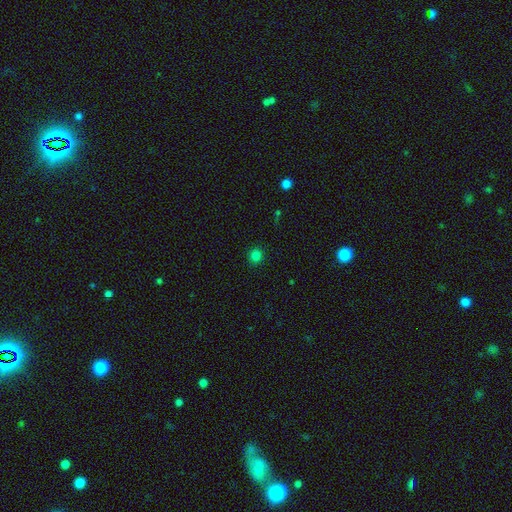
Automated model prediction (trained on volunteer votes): Q: Smooth or featured?
A: smooth (80%); runner-up: star or artifact (16%)
Q: How rounded?
A: round (88%); runner-up: in between (11%)
Q: Merging?
A: none (90%); runner-up: minor disturbance (6%)